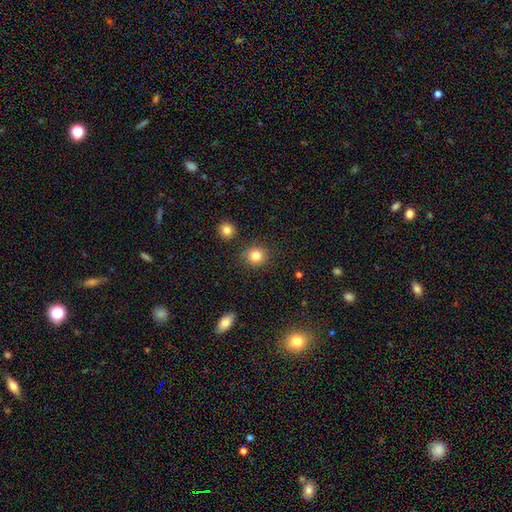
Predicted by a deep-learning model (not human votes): Overall: smooth (84%). How rounded: round (88%). Merging: none (86%).